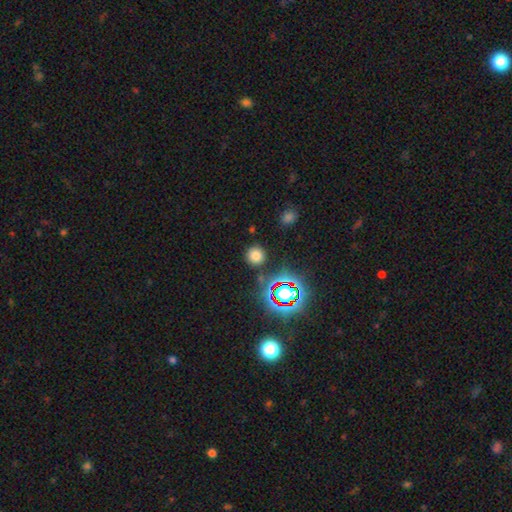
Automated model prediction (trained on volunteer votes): Smooth or featured?
  - smooth: 73% *
  - star or artifact: 21%
  - featured or disk: 6%
How rounded?
  - round: 94% *
  - in between: 5%
  - cigar-shaped: 1%
Merging?
  - none: 88% *
  - minor disturbance: 7%
  - merger: 3%
  - major disturbance: 3%